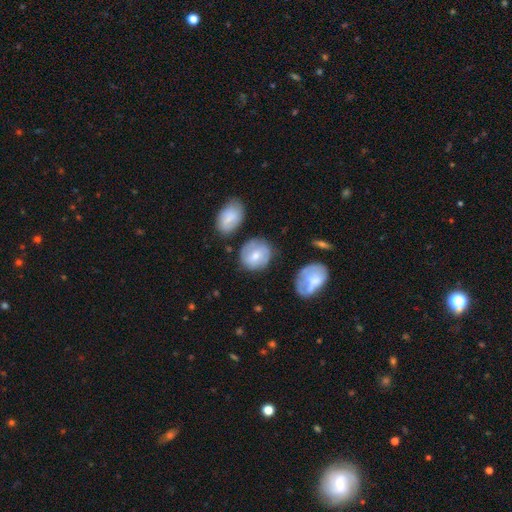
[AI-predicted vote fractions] Smooth or featured? smooth (59%)
How rounded? round (79%)
Merging? none (70%)